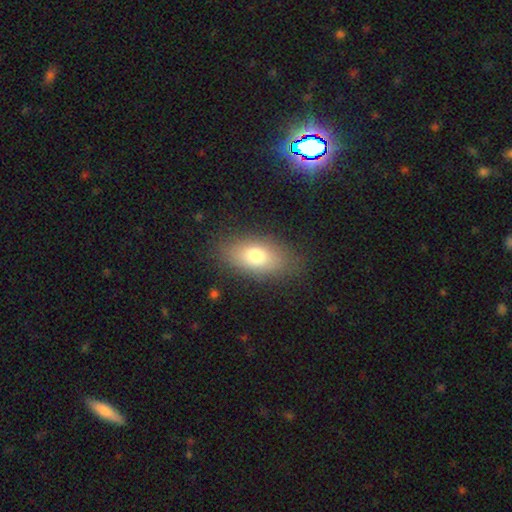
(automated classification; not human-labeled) Smooth or featured?
  - smooth: 75% *
  - featured or disk: 16%
  - star or artifact: 9%
How rounded?
  - in between: 88% *
  - round: 8%
  - cigar-shaped: 4%
Merging?
  - none: 80% *
  - minor disturbance: 13%
  - major disturbance: 5%
  - merger: 1%